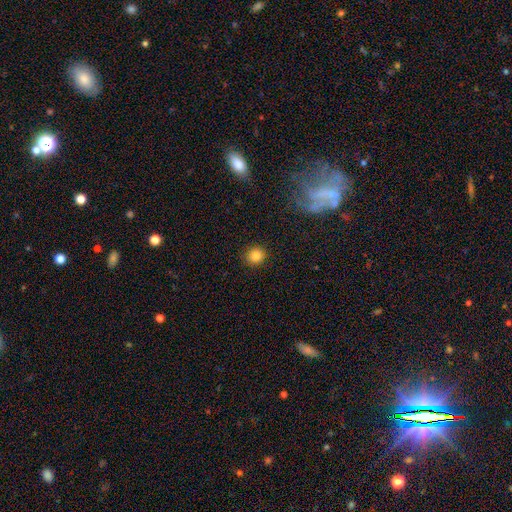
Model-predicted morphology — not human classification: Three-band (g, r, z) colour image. It shows a smooth galaxy with no disk features (84%) that is round (89%). Merging: none (91%).